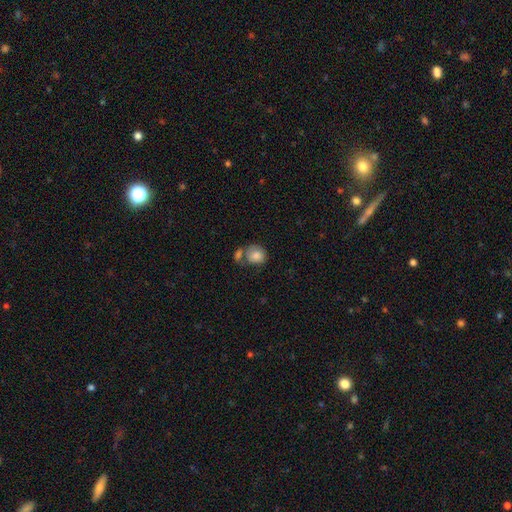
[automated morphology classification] smooth-or-featured: smooth: 80% | featured or disk: 12% | star or artifact: 7%
  how-rounded: round: 74% | in between: 25% | cigar-shaped: 1%
  merging: none: 40% | merger: 37% | minor disturbance: 15% | major disturbance: 7%